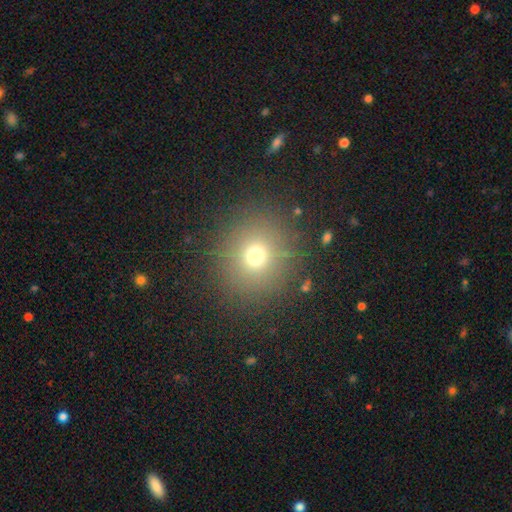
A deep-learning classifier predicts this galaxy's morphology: smooth_or_featured: smooth (p=0.70) [alt: star or artifact p=0.19]
how_rounded: round (p=0.91) [alt: in between p=0.08]
merging: none (p=0.87) [alt: minor disturbance p=0.07]